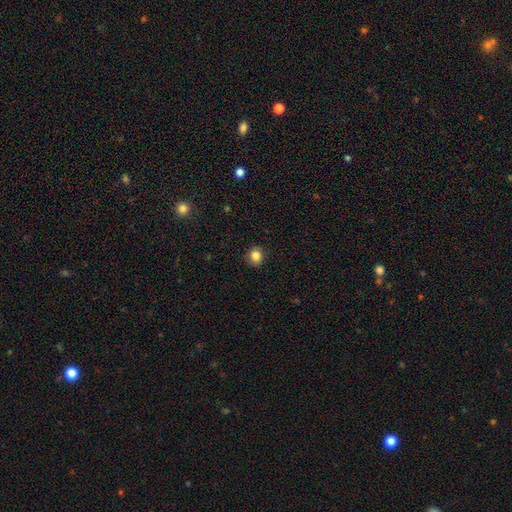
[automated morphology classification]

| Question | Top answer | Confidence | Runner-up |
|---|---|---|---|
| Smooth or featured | smooth | 84% | star or artifact (10%) |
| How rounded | round | 74% | in between (25%) |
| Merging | none | 87% | minor disturbance (10%) |